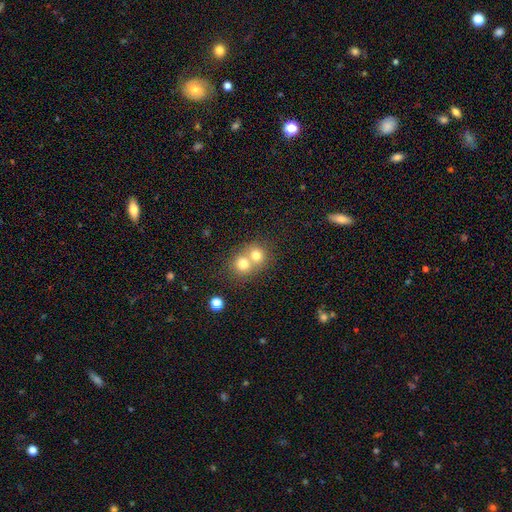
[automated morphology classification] type=smooth (72%); roundness=round (78%); merging=merger (64%).